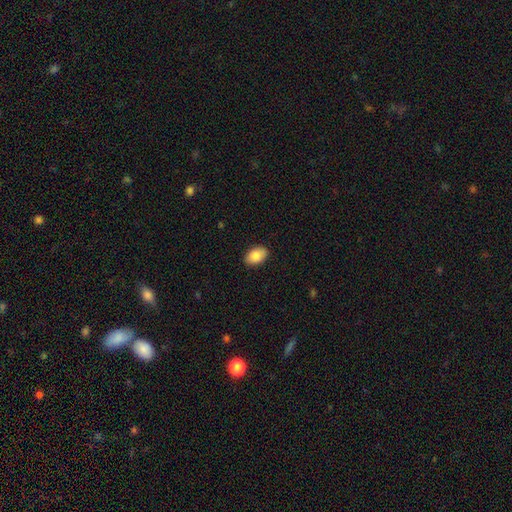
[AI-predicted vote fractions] Q: Smooth or featured?
A: smooth (84%); runner-up: featured or disk (9%)
Q: How rounded?
A: in between (90%); runner-up: round (9%)
Q: Merging?
A: none (89%); runner-up: minor disturbance (8%)